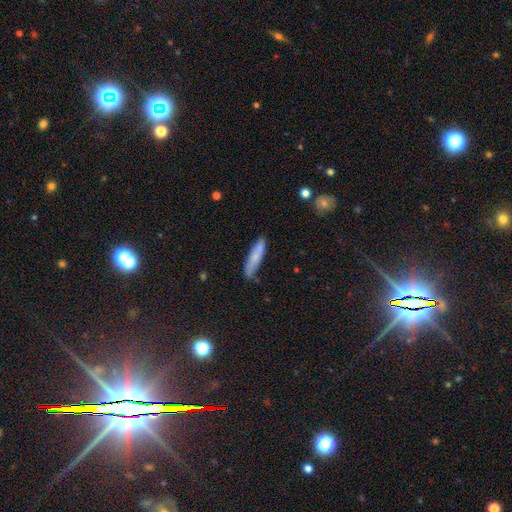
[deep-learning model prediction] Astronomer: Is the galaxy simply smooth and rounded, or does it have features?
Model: smooth — 72%.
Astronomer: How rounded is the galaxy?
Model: cigar-shaped — 84%.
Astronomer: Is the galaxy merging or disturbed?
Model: none — 77%.